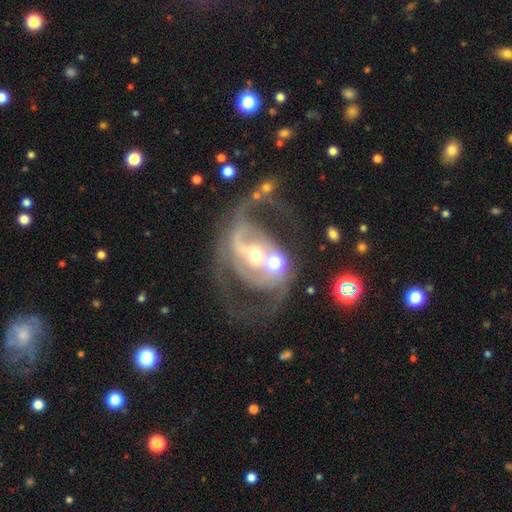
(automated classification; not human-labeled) Q: Smooth or featured?
A: featured or disk (85%); runner-up: smooth (8%)
Q: Edge-on disk?
A: no (97%); runner-up: yes (3%)
Q: Bar?
A: strong (36%); runner-up: weak (33%)
Q: Spiral arms?
A: yes (90%); runner-up: no (10%)
Q: Spiral winding?
A: medium (49%); runner-up: loose (35%)
Q: Spiral arm count?
A: 2 (81%); runner-up: can't tell (6%)
Q: Bulge size?
A: moderate (58%); runner-up: small (31%)
Q: Merging?
A: none (40%); runner-up: major disturbance (24%)